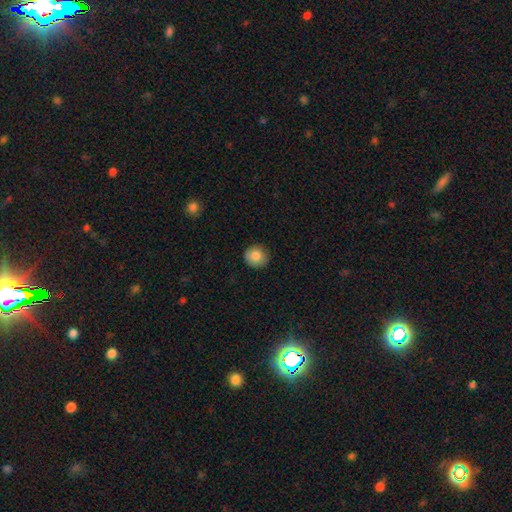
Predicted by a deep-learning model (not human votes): A smooth galaxy with no disk features (83%) that is round (92%). Merging: none (87%).